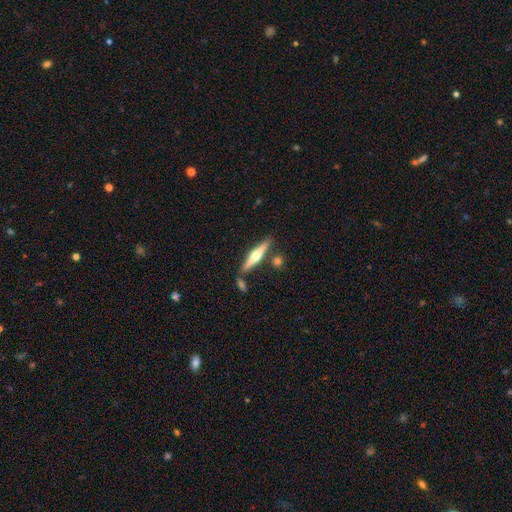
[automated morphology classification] smooth-or-featured: featured or disk: 63% | smooth: 31% | star or artifact: 5%
  disk-edge-on: yes: 97% | no: 3%
    edge-on-bulge: rounded: 91% | boxy: 4% | none: 4%
  merging: none: 80% | minor disturbance: 10% | merger: 8% | major disturbance: 2%